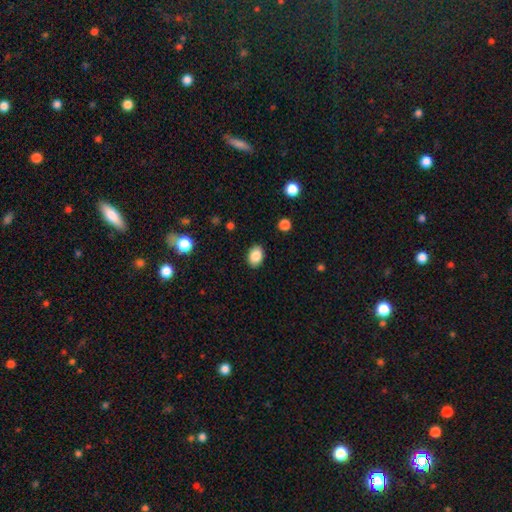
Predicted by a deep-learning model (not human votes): Smooth or featured: smooth — 87% (star or artifact — 8%)
How rounded: in between — 78% (round — 21%)
Merging: none — 88% (minor disturbance — 8%)